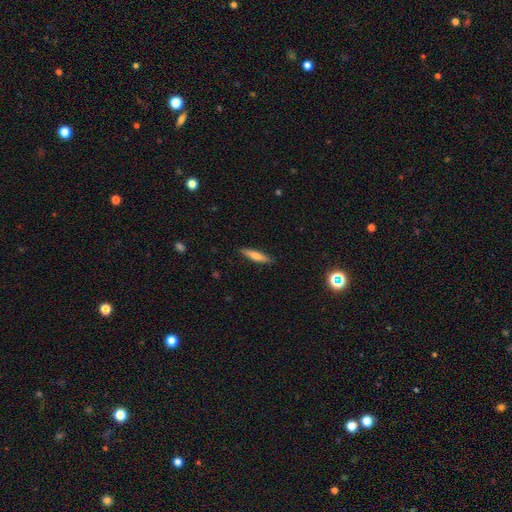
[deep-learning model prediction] smooth 60%, featured or disk 34%, star or artifact 6%. Down the decision tree: how rounded — cigar-shaped (85%); merging — none (88%).